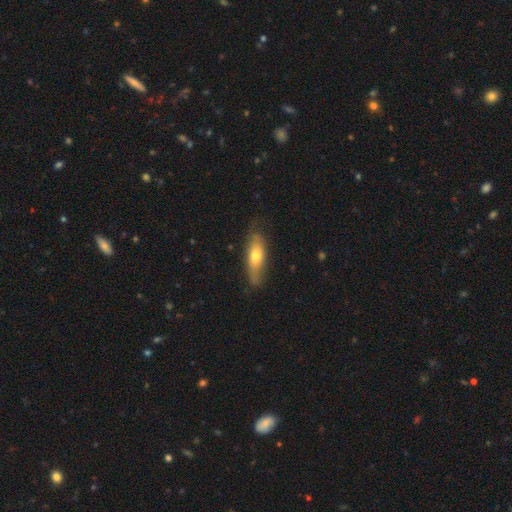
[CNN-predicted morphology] This appears to be a smooth galaxy with no disk features (63%) that is in between round and cigar-shaped (58%). Merging: none (69%).